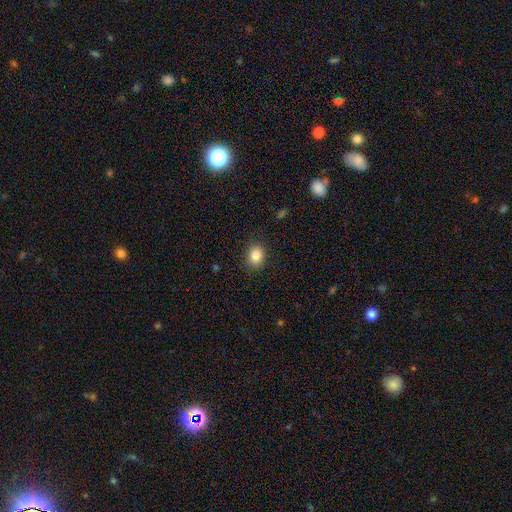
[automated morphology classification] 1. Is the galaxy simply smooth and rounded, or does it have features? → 86% smooth, 9% star or artifact, 5% featured or disk.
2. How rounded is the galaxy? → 53% in between, 47% round, 1% cigar-shaped.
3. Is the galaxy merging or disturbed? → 86% none, 10% minor disturbance, 3% major disturbance, 1% merger.